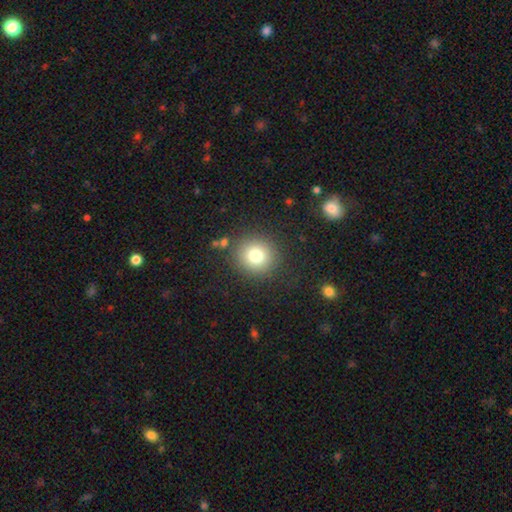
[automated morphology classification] A smooth galaxy with no disk features (77%) that is round (91%).

Vote fractions:
- Smooth or featured? smooth: 77% / star or artifact: 13% / featured or disk: 10%
- How rounded? round: 91% / in between: 8% / cigar-shaped: 1%
- Merging? none: 87% / minor disturbance: 8% / major disturbance: 3% / merger: 2%